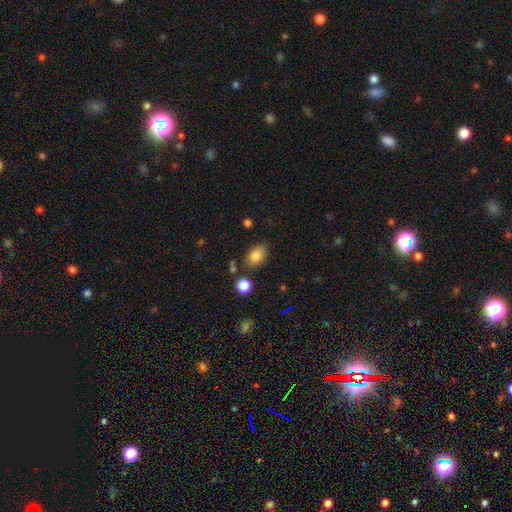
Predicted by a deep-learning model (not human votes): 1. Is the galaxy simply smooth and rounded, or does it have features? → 83% smooth, 9% star or artifact, 8% featured or disk.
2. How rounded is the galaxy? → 87% in between, 12% round, 1% cigar-shaped.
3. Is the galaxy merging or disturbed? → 80% none, 12% minor disturbance, 5% merger, 3% major disturbance.